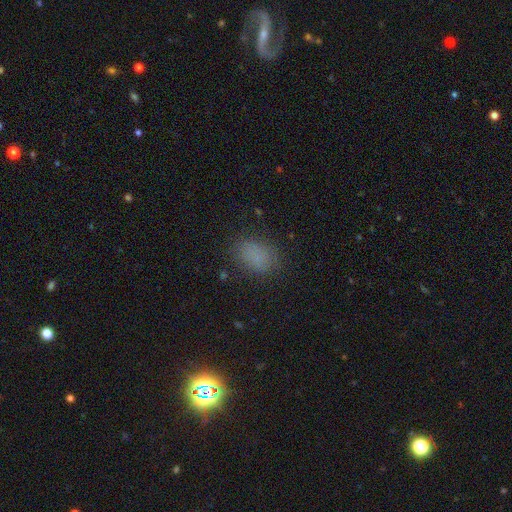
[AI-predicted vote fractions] Q: Smooth or featured?
A: smooth (79%); runner-up: star or artifact (15%)
Q: How rounded?
A: in between (76%); runner-up: round (22%)
Q: Merging?
A: none (79%); runner-up: minor disturbance (14%)